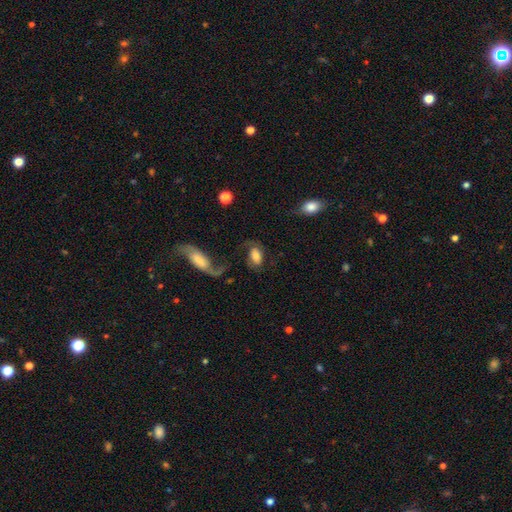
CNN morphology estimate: smooth_or_featured: smooth (p=0.54) [alt: featured or disk p=0.37]
how_rounded: in between (p=0.88) [alt: round p=0.10]
merging: none (p=0.47) [alt: major disturbance p=0.22]